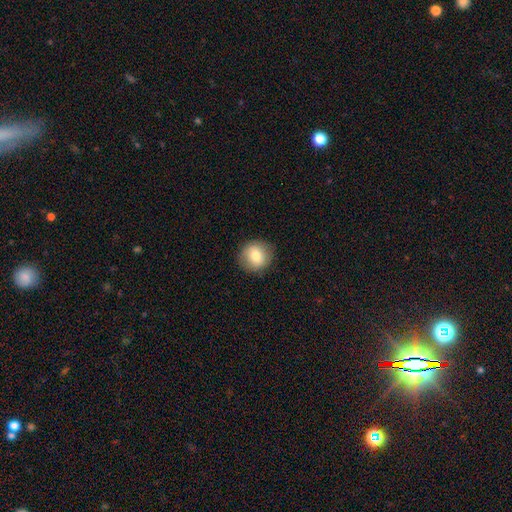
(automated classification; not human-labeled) Smooth or featured: smooth — 77% (featured or disk — 14%)
How rounded: round — 90% (in between — 9%)
Merging: none — 88% (minor disturbance — 9%)